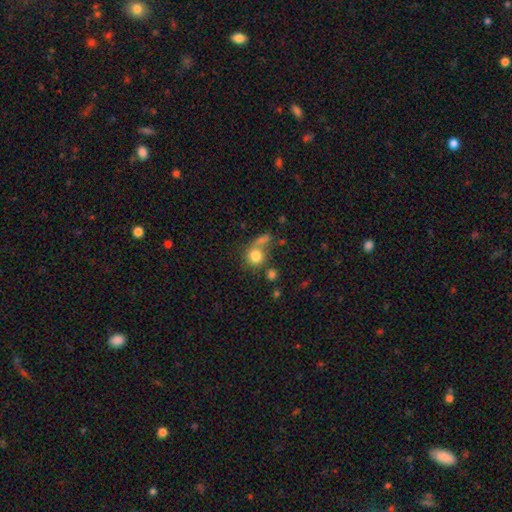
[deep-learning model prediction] smooth_or_featured: smooth (p=0.80) [alt: featured or disk p=0.10]
how_rounded: round (p=0.85) [alt: in between p=0.14]
merging: none (p=0.46) [alt: merger p=0.33]